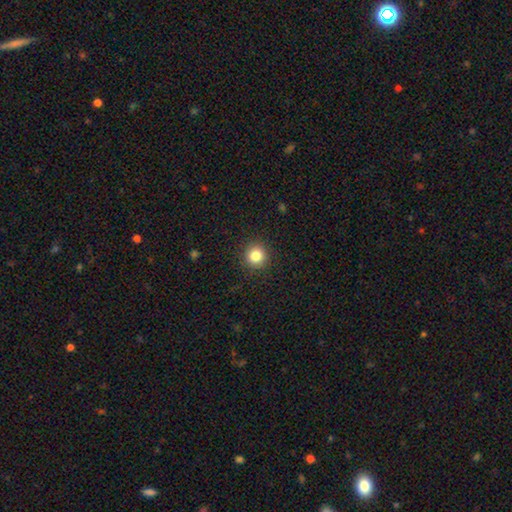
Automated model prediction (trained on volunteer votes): A smooth galaxy with no disk features (83%) that is round (93%). Merging: none (92%).